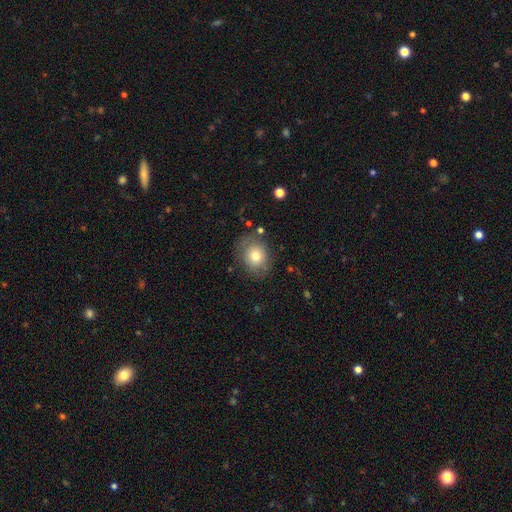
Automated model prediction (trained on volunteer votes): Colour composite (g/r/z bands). It shows a smooth galaxy with no disk features (74%) that is round (61%). Merging: none (75%).